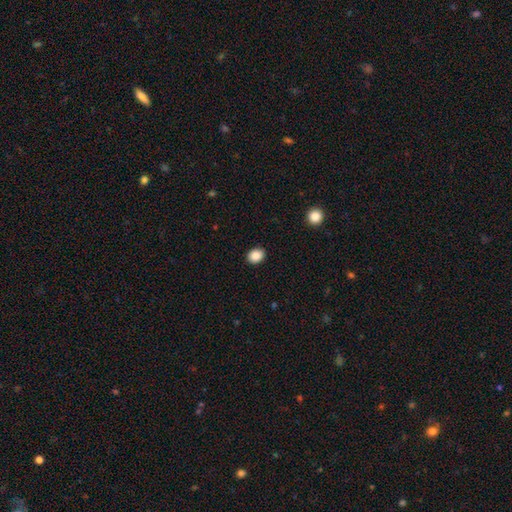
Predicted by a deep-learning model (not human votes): smooth_or_featured: smooth (p=0.89) [alt: star or artifact p=0.08]
how_rounded: in between (p=0.51) [alt: round p=0.48]
merging: none (p=0.91) [alt: minor disturbance p=0.06]